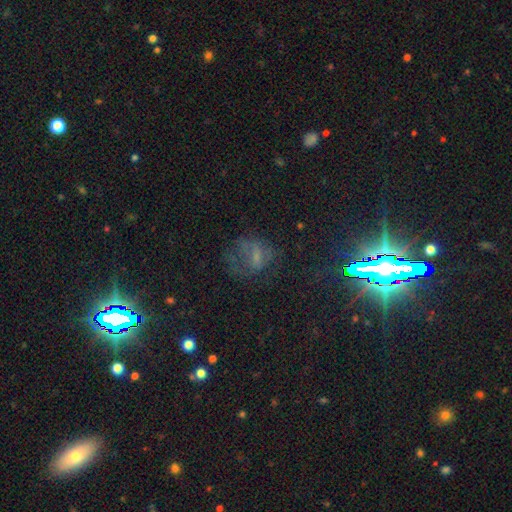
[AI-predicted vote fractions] Overall: smooth (36%; star or artifact 34%). Merging: none (48%; major disturbance 30%).